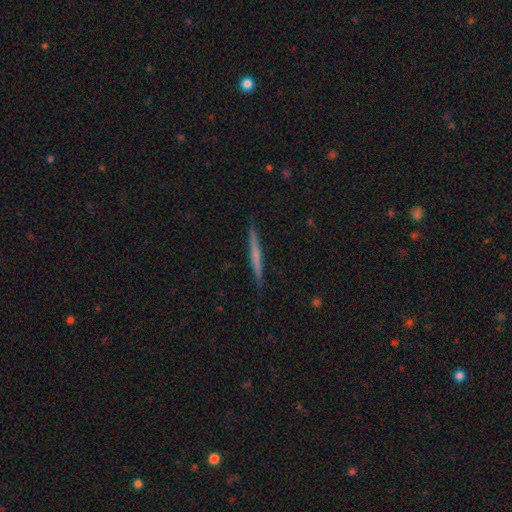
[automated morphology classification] The model was most divided on "smooth or featured": featured or disk: 49%, smooth: 45%, star or artifact: 6%. More confident: merging — none (92%).